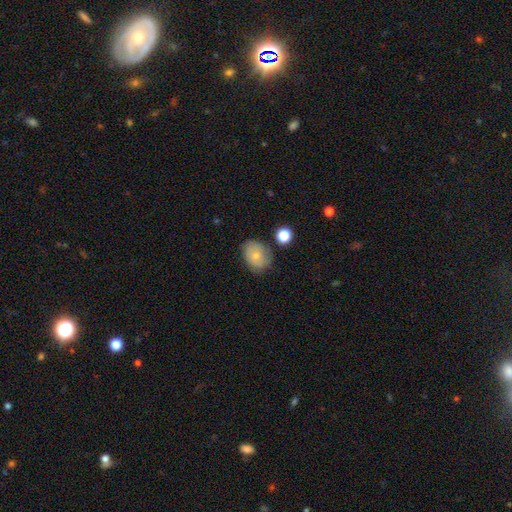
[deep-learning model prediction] Overall: smooth (69%). How rounded: in between (56%; round 43%). Merging: none (69%).